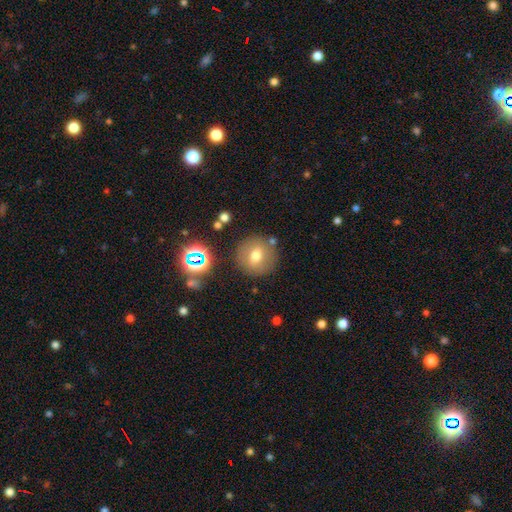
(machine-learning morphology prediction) The model was most divided on "smooth or featured": smooth: 65%, featured or disk: 21%, star or artifact: 14%. More confident: how rounded — round (89%); merging — none (82%).